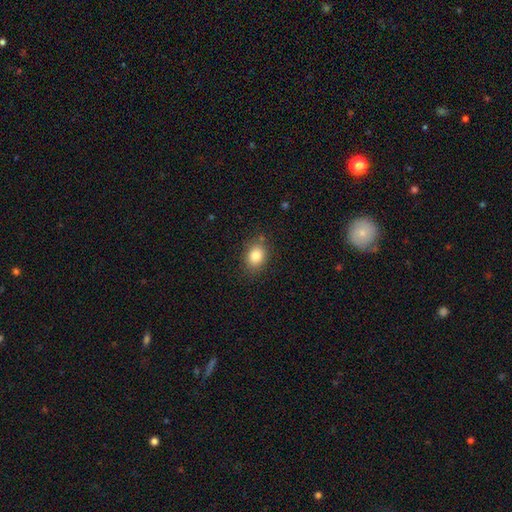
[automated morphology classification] smooth 84%, star or artifact 9%, featured or disk 7%. Down the decision tree: how rounded — in between (61%); merging — none (82%).